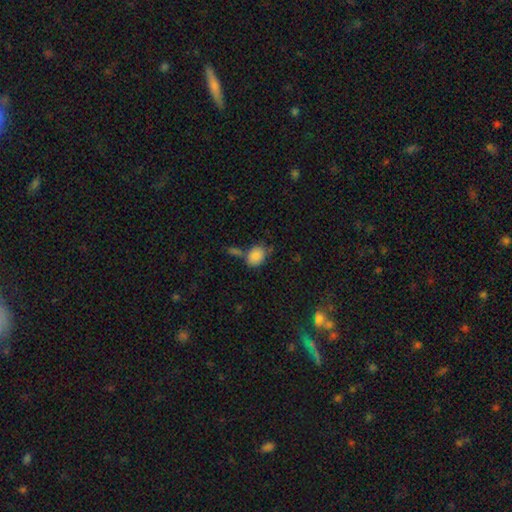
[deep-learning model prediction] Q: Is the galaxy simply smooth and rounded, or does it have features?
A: smooth — 85%.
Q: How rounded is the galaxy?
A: in between — 67%.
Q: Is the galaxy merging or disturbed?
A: none — 55%.